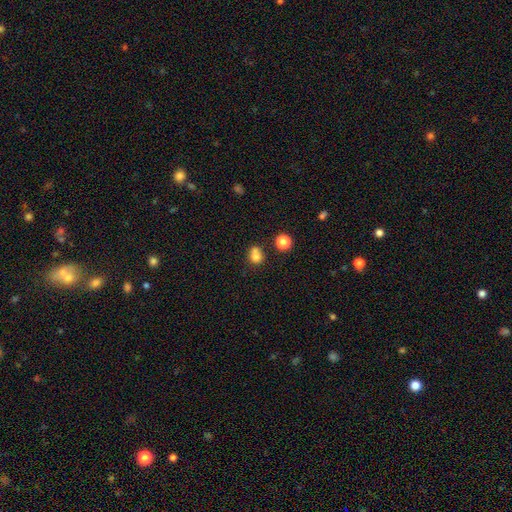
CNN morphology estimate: smooth-or-featured: smooth: 76% | star or artifact: 13% | featured or disk: 11%
  how-rounded: round: 75% | in between: 24% | cigar-shaped: 1%
  merging: none: 43% | merger: 40% | minor disturbance: 12% | major disturbance: 5%